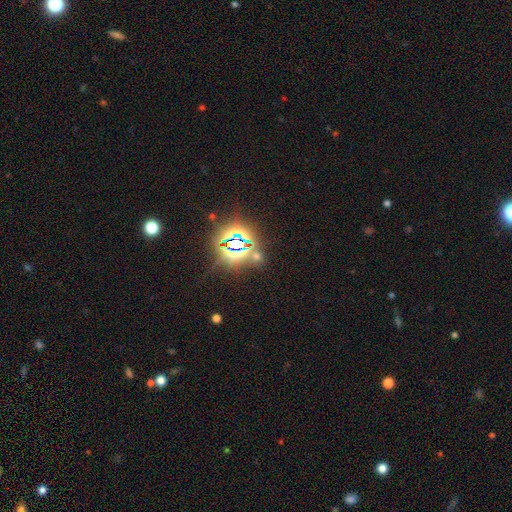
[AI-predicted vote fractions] Smooth or featured: star or artifact — 72% (smooth — 21%)